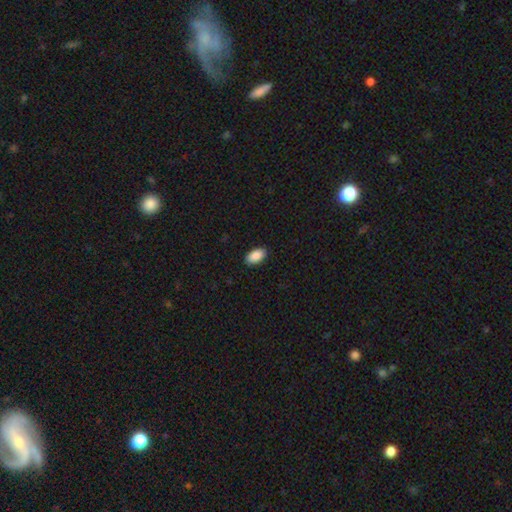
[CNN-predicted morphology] smooth_or_featured: smooth (p=0.90) [alt: star or artifact p=0.07]
how_rounded: in between (p=0.95) [alt: round p=0.03]
merging: none (p=0.90) [alt: minor disturbance p=0.08]